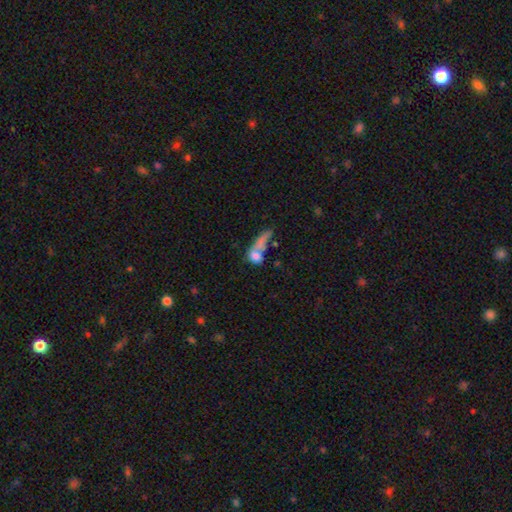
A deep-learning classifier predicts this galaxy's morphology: Smooth or featured: smooth — 68% (featured or disk — 21%)
How rounded: in between — 47% (round — 35%)
Merging: merger — 43% (none — 23%)